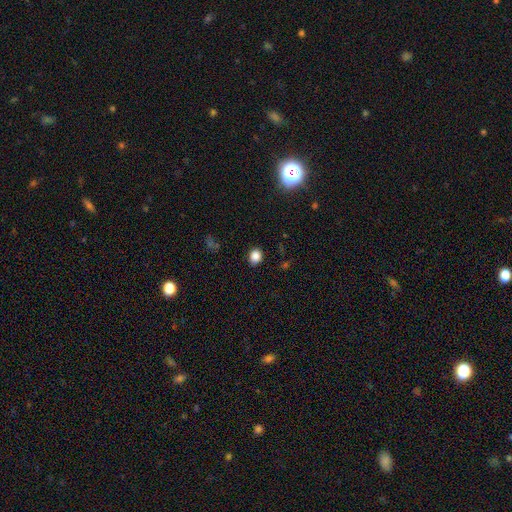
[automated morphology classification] A smooth galaxy with no disk features (84%) that is round (65%). Merging: none (88%).